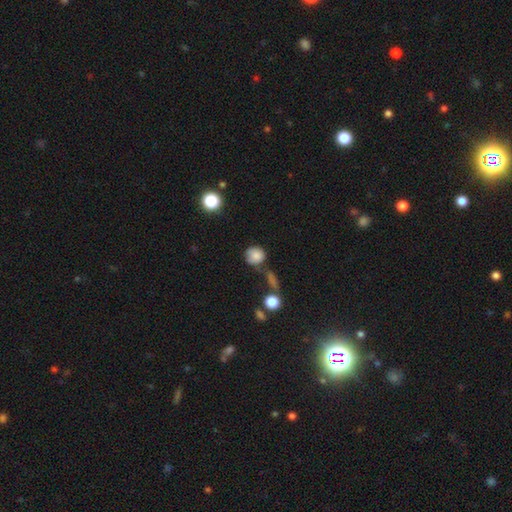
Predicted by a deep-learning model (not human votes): Morphology: type=smooth (81%); roundness=round (84%); merging=none (56%).